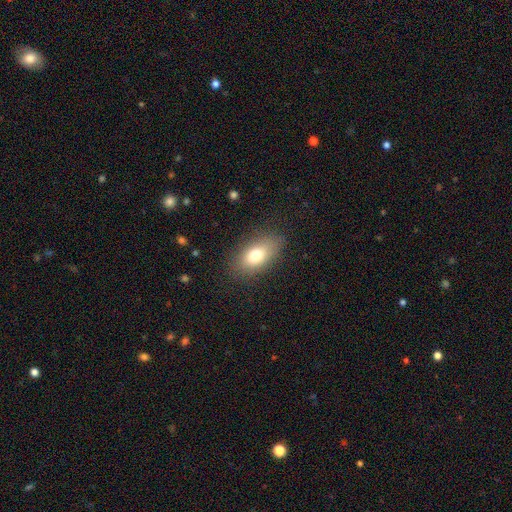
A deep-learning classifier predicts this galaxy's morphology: type=smooth (76%); roundness=in between (88%); merging=none (83%).